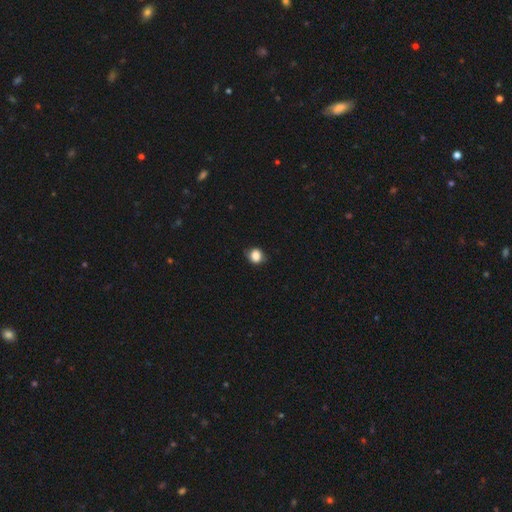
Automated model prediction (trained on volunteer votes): Morphology: type=smooth (84%); roundness=round (73%); merging=none (76%).